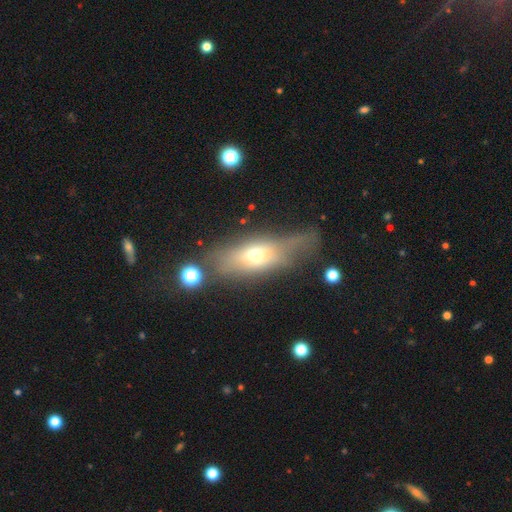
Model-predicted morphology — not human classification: type=smooth (54%); roundness=in between (64%); merging=none (45%).